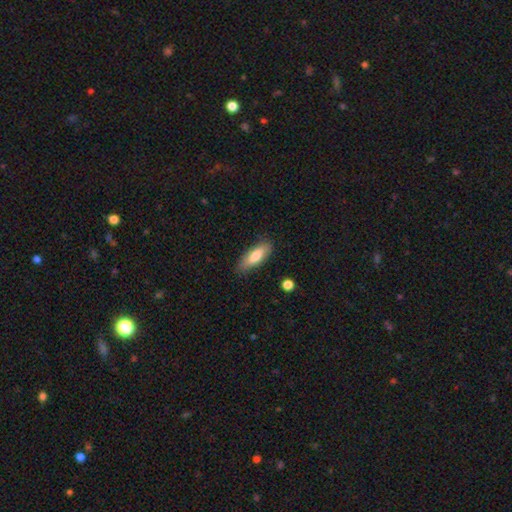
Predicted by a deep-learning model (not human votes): Q: Smooth or featured?
A: smooth (76%); runner-up: featured or disk (17%)
Q: How rounded?
A: in between (59%); runner-up: cigar-shaped (39%)
Q: Merging?
A: none (81%); runner-up: minor disturbance (14%)